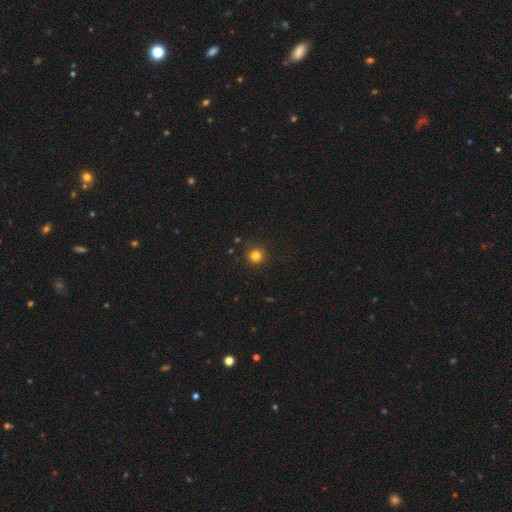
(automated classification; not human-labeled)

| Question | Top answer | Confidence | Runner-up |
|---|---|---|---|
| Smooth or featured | smooth | 81% | star or artifact (14%) |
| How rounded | round | 95% | in between (4%) |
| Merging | none | 91% | minor disturbance (6%) |